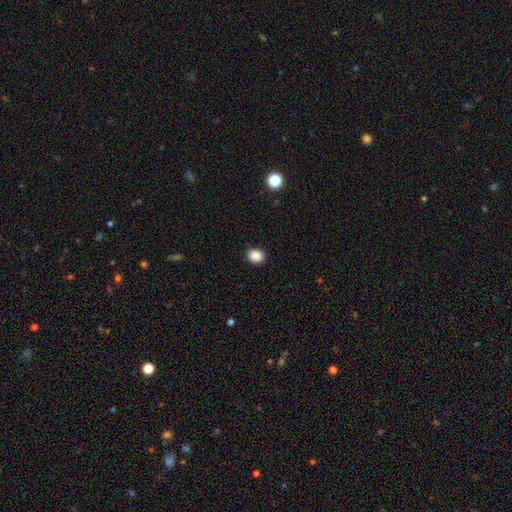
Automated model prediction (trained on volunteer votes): This appears to be a smooth galaxy with no disk features (87%) that is round (63%). Merging: none (89%).